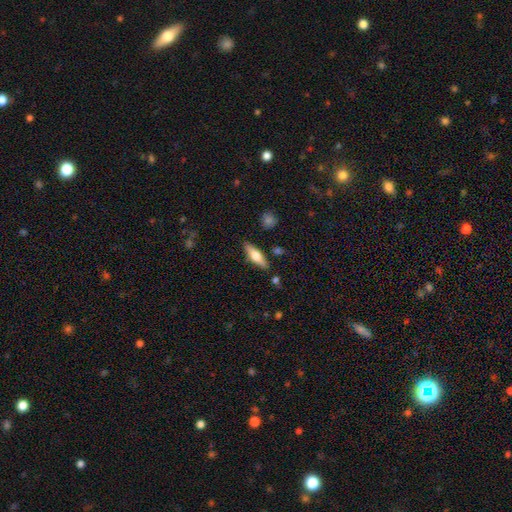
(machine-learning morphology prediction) Smooth or featured: smooth — 59% (featured or disk — 35%)
How rounded: cigar-shaped — 52% (in between — 46%)
Merging: none — 84% (minor disturbance — 11%)